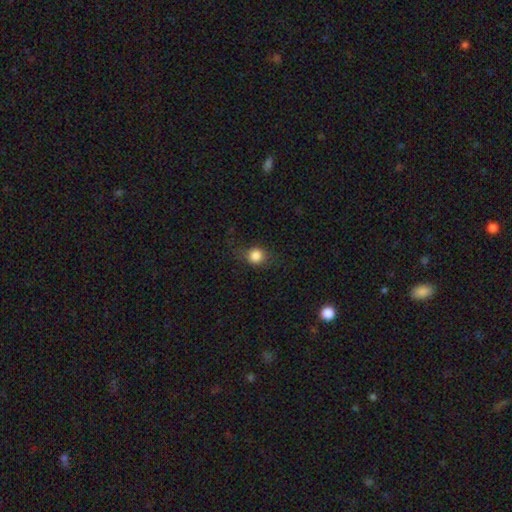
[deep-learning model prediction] Morphology: type=smooth (81%); roundness=round (79%); merging=none (76%).